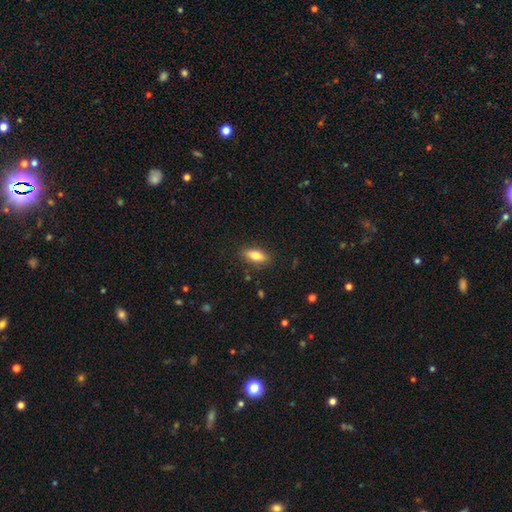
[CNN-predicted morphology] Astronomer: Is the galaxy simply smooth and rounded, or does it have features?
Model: smooth — 74%.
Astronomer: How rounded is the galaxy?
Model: in between — 72%.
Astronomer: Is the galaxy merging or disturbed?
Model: none — 85%.